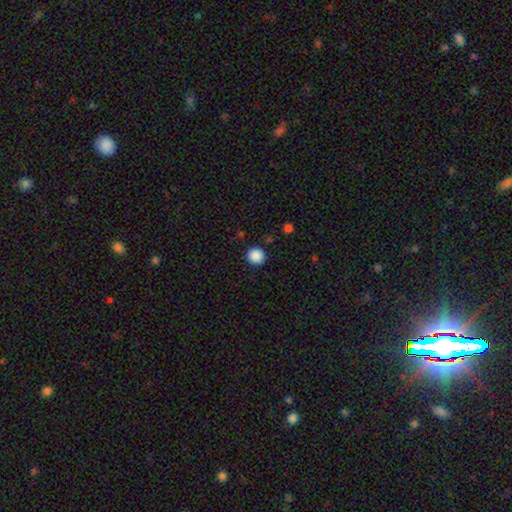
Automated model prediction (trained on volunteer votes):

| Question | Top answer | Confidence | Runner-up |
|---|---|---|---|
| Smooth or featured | smooth | 88% | star or artifact (9%) |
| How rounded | round | 93% | in between (6%) |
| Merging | none | 92% | minor disturbance (5%) |